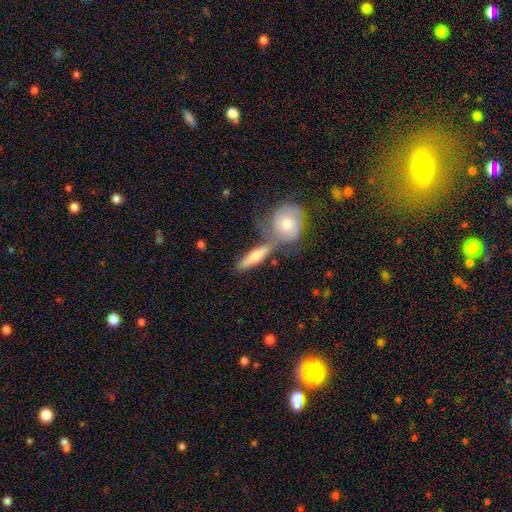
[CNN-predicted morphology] Smooth or featured?
  - featured or disk: 48% *
  - smooth: 45%
  - star or artifact: 7%
Merging?
  - none: 45% *
  - merger: 37%
  - minor disturbance: 12%
  - major disturbance: 5%